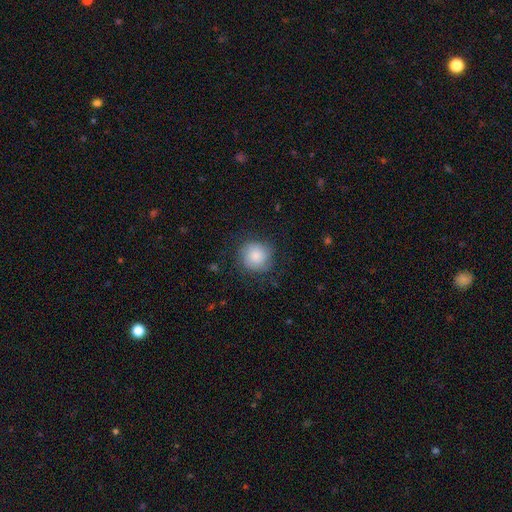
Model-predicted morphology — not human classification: A smooth galaxy with no disk features (83%) that is round (92%).

Vote fractions:
- Smooth or featured? smooth: 83% / featured or disk: 10% / star or artifact: 7%
- How rounded? round: 92% / in between: 7% / cigar-shaped: 1%
- Merging? none: 78% / minor disturbance: 15% / major disturbance: 6% / merger: 1%